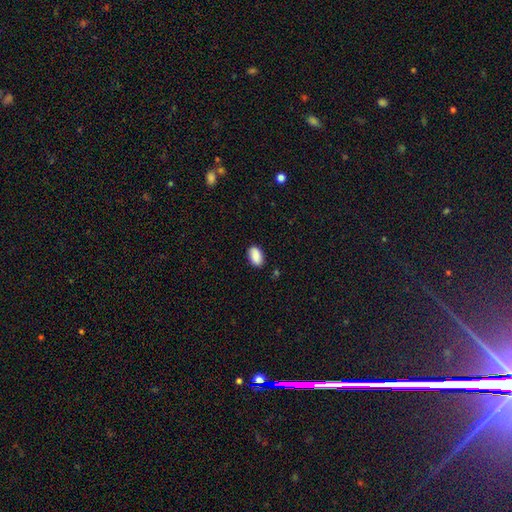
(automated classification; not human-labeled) Smooth or featured? Predicted: smooth (p=0.89). How rounded? Predicted: in between (p=0.92). Merging? Predicted: none (p=0.86).